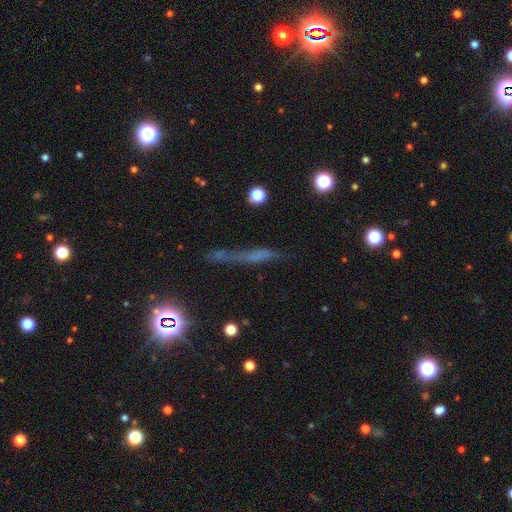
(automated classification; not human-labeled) Smooth or featured? Predicted: featured or disk (p=0.38). Merging? Predicted: none (p=0.57).